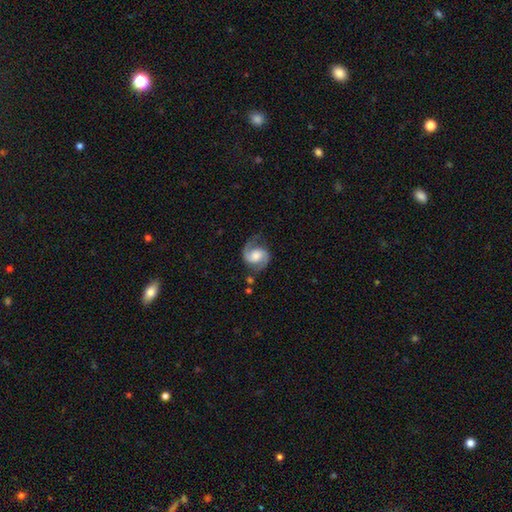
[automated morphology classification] A featured or disk galaxy (86%) with no bar (52%), 2 (92%) medium (54%) spiral arms (97%) and a moderate central bulge (48%).

Vote fractions:
- Smooth or featured? featured or disk: 86% / smooth: 8% / star or artifact: 5%
- Edge-on disk? no: 98% / yes: 2%
- Bar? no: 52% / weak: 38% / strong: 11%
- Spiral arms? yes: 97% / no: 3%
- Spiral winding? medium: 54% / tight: 24% / loose: 21%
- Spiral arm count? 2: 92% / 1: 3% / can't tell: 2% / 3: 1% / 4: 1% / more than 4: 1%
- Bulge size? moderate: 48% / large: 26% / small: 16% / none: 8% / dominant: 3%
- Merging? none: 73% / minor disturbance: 17% / major disturbance: 7% / merger: 3%